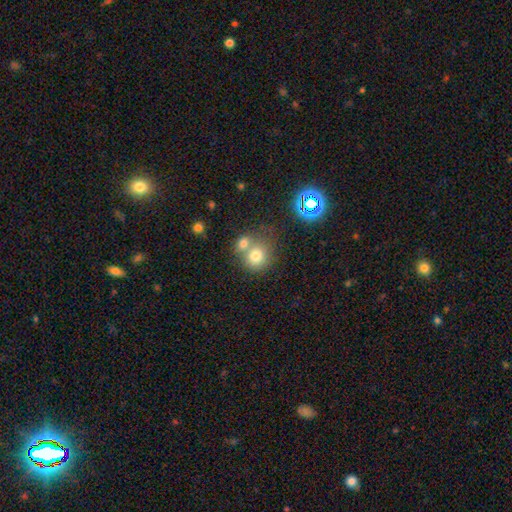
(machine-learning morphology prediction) smooth_or_featured: smooth (p=0.74) [alt: star or artifact p=0.14]
how_rounded: round (p=0.82) [alt: in between p=0.17]
merging: none (p=0.45) [alt: merger p=0.43]